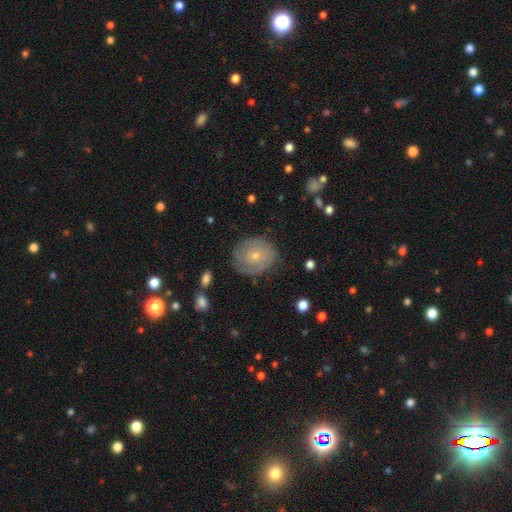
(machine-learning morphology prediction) A featured or disk galaxy (57%) with no bar (82%), spiral arms (74%) and a small central bulge (73%).

Vote fractions:
- Smooth or featured? featured or disk: 57% / smooth: 36% / star or artifact: 7%
- Edge-on disk? no: 96% / yes: 4%
- Bar? no: 82% / weak: 16% / strong: 3%
- Spiral arms? yes: 74% / no: 26%
- Bulge size? small: 73% / moderate: 23% / none: 2% / large: 1% / dominant: 1%
- Merging? none: 71% / minor disturbance: 20% / major disturbance: 8% / merger: 1%